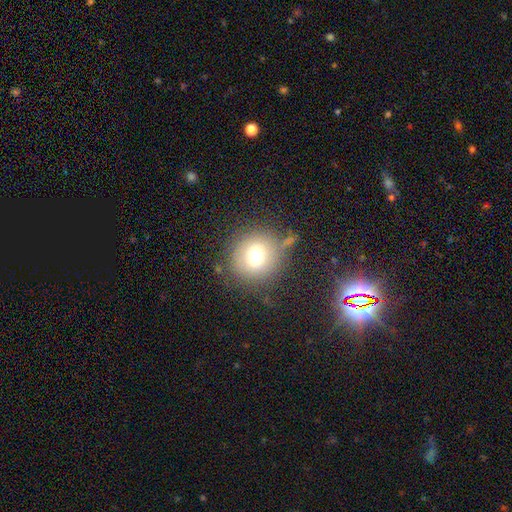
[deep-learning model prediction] Smooth or featured? smooth (70%)
How rounded? round (87%)
Merging? none (75%)